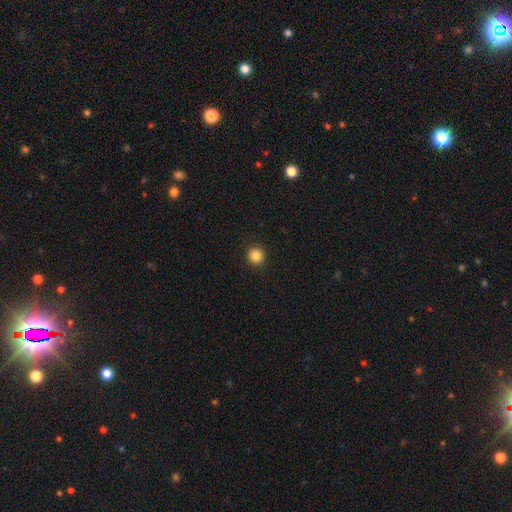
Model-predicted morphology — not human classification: A smooth galaxy with no disk features (85%) that is round (94%).

Vote fractions:
- Smooth or featured? smooth: 85% / star or artifact: 11% / featured or disk: 4%
- How rounded? round: 94% / in between: 5% / cigar-shaped: 1%
- Merging? none: 93% / minor disturbance: 5% / major disturbance: 2% / merger: 1%